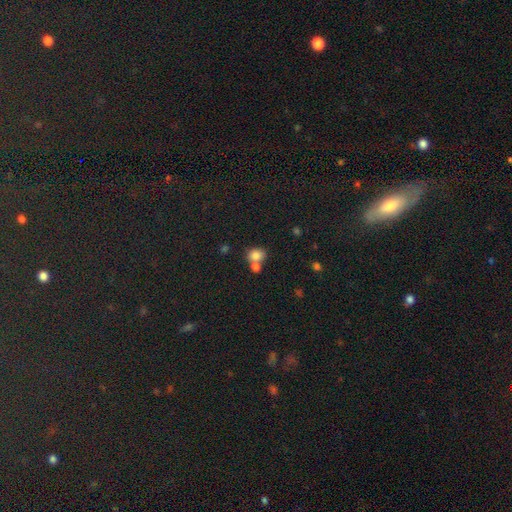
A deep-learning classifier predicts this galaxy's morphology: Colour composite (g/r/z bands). It shows a smooth galaxy with no disk features (81%) that is round (59%). Merging: none (45%).